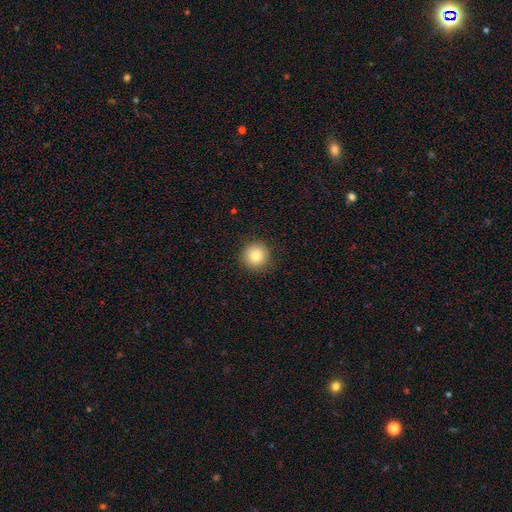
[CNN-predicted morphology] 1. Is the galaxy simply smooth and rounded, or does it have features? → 82% smooth, 10% star or artifact, 9% featured or disk.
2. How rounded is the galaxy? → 95% round, 4% in between, 1% cigar-shaped.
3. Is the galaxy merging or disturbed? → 90% none, 7% minor disturbance, 2% major disturbance, 1% merger.